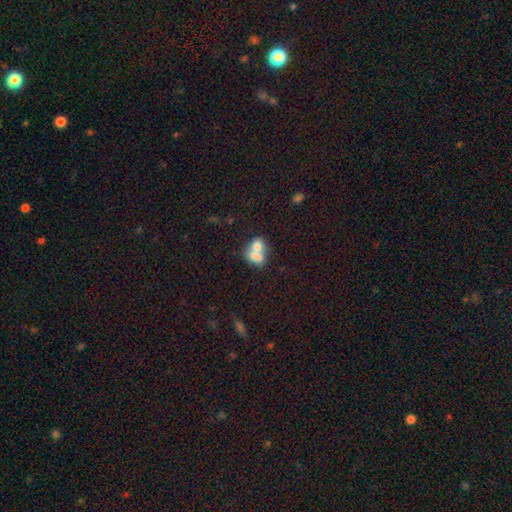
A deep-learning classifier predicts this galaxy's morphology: smooth-or-featured: smooth: 70% | featured or disk: 21% | star or artifact: 9%
  how-rounded: in between: 65% | round: 33% | cigar-shaped: 2%
  merging: merger: 71% | none: 19% | minor disturbance: 7% | major disturbance: 4%